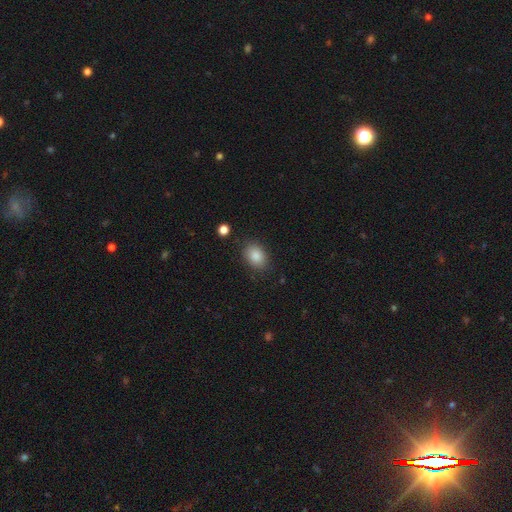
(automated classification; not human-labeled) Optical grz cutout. It shows a smooth galaxy with no disk features (85%) that is in between round and cigar-shaped (70%). Merging: none (82%).